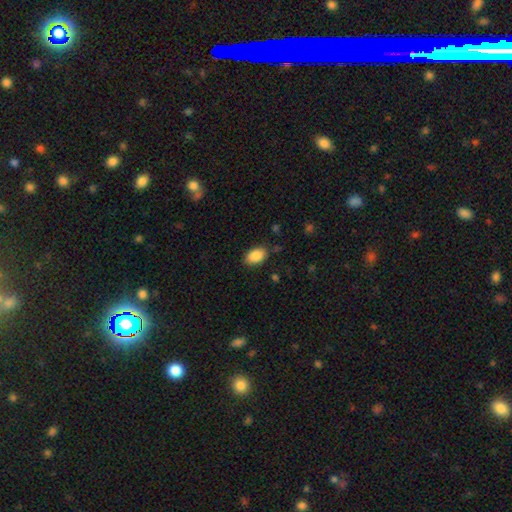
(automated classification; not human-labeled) Morphology: type=smooth (88%); roundness=in between (90%); merging=none (83%).